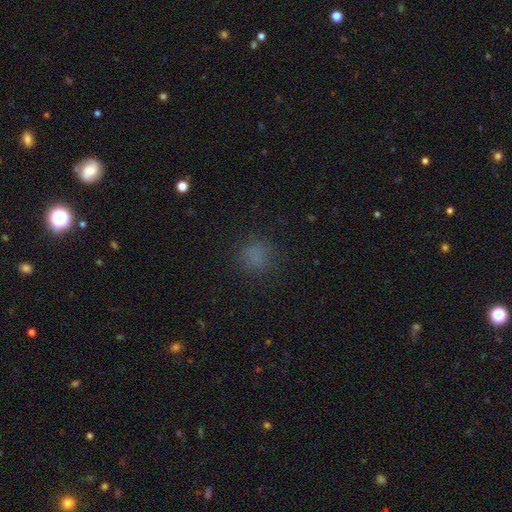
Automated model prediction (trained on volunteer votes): A smooth galaxy with no disk features (76%) that is round (87%).

Vote fractions:
- Smooth or featured? smooth: 76% / star or artifact: 19% / featured or disk: 5%
- How rounded? round: 87% / in between: 11% / cigar-shaped: 1%
- Merging? none: 84% / minor disturbance: 10% / major disturbance: 5% / merger: 1%